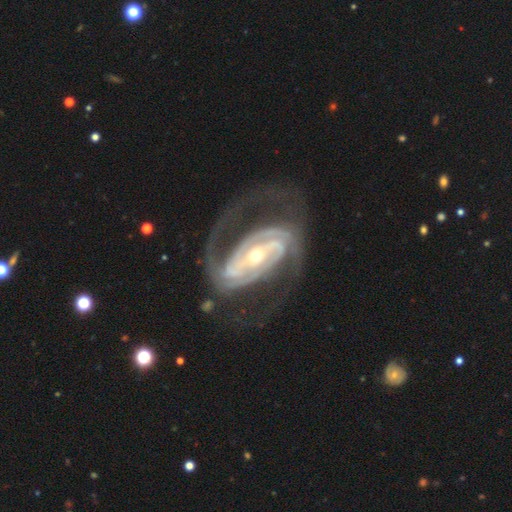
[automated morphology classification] type=featured or disk (92%); edge-on=no (96%); bar=strong (55%); spiral arms=yes (98%); winding=medium (47%); arm count=2 (70%); bulge=small (59%); merging=none (63%).